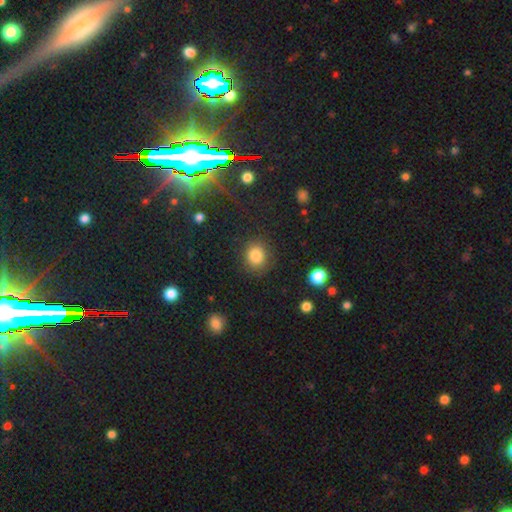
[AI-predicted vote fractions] Q: Smooth or featured?
A: smooth (84%); runner-up: star or artifact (11%)
Q: How rounded?
A: round (79%); runner-up: in between (20%)
Q: Merging?
A: none (85%); runner-up: minor disturbance (10%)